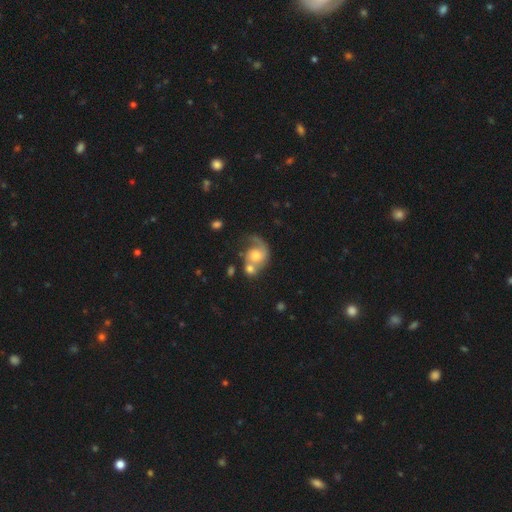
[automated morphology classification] Smooth or featured: featured or disk — 65% (smooth — 28%)
Edge-on disk: no — 98% (yes — 2%)
Bar: no — 75% (weak — 21%)
Spiral arms: yes — 87% (no — 13%)
Spiral winding: medium — 38% (tied with loose — 38%)
Spiral arm count: 1 — 70% (2 — 22%)
Bulge size: moderate — 56% (large — 19%)
Merging: merger — 38% (none — 28%)